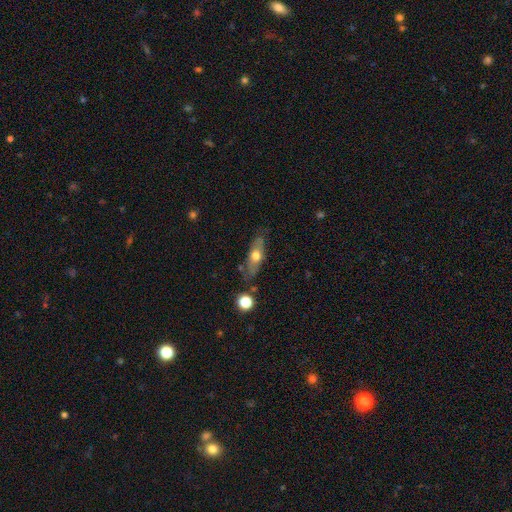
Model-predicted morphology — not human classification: Overall: smooth (51%; featured or disk 42%). How rounded: in between (59%; cigar-shaped 36%). Merging: none (72%).